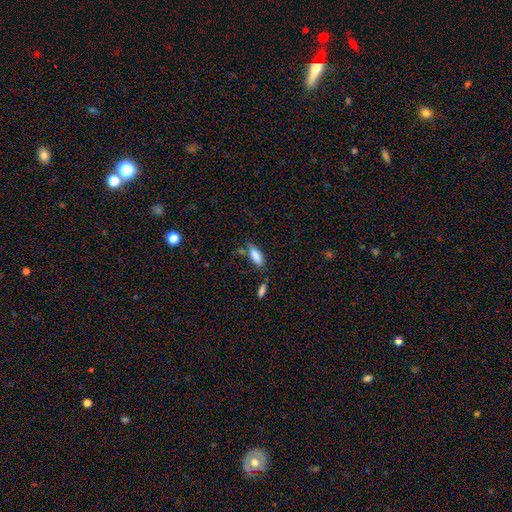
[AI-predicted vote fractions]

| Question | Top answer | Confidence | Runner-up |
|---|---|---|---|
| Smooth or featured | smooth | 84% | featured or disk (8%) |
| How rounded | in between | 72% | cigar-shaped (26%) |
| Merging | none | 67% | minor disturbance (19%) |